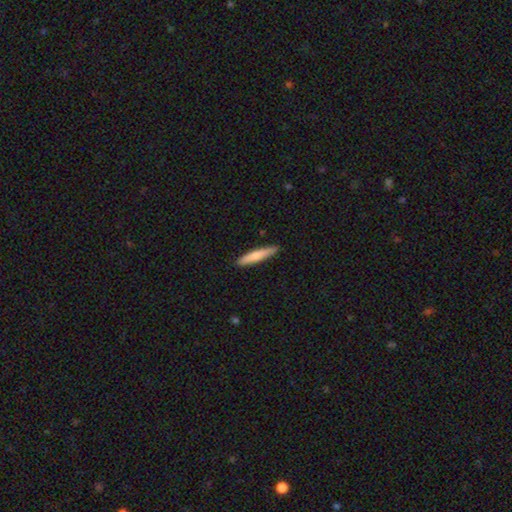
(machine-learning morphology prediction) type=smooth (72%); roundness=cigar-shaped (90%); merging=none (90%).